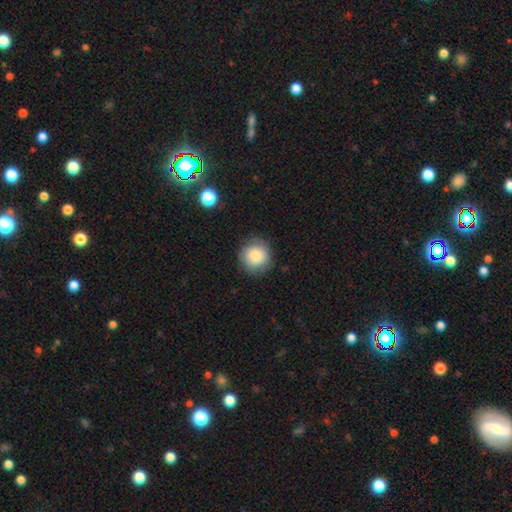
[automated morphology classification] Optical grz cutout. It shows a smooth galaxy with no disk features (82%) that is round (92%). Merging: none (82%).